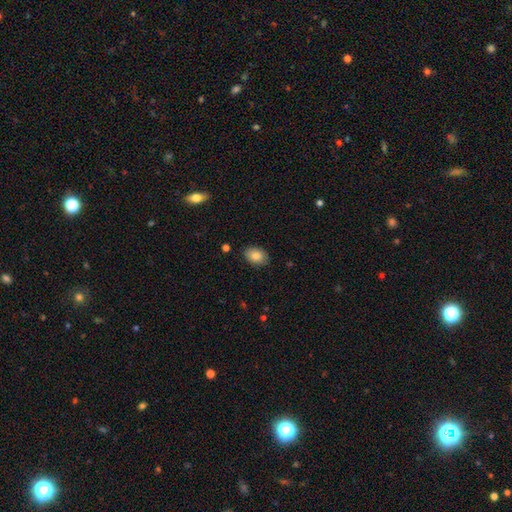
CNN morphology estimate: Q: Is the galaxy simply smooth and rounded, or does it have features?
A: smooth — 84%.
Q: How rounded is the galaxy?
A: in between — 82%.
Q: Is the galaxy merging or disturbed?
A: none — 85%.